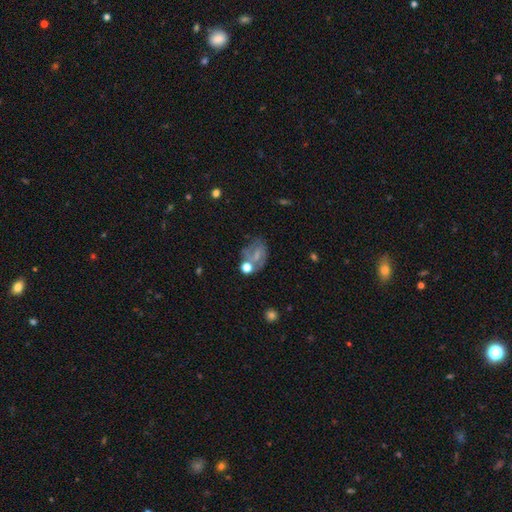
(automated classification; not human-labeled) Morphology: type=featured or disk (44%); merging=none (40%).